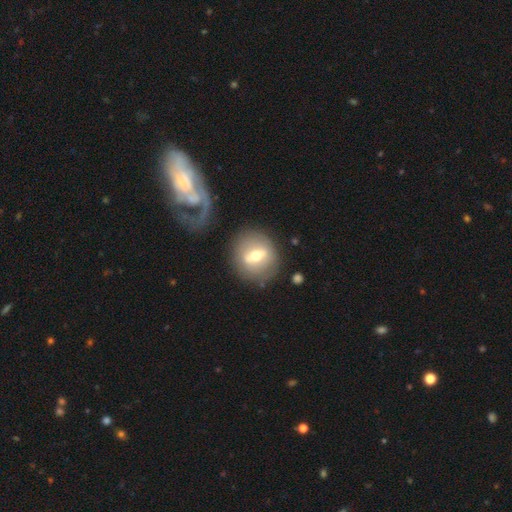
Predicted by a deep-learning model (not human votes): Overall: featured or disk (57%; smooth 36%). Edge-on disk: no (79%). Merging: none (79%).